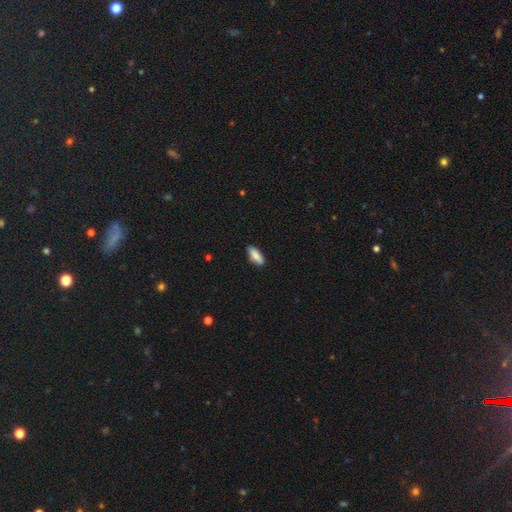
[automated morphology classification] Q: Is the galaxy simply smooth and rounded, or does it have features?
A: smooth — 86%.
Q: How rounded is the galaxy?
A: in between — 70%.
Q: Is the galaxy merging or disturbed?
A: none — 86%.